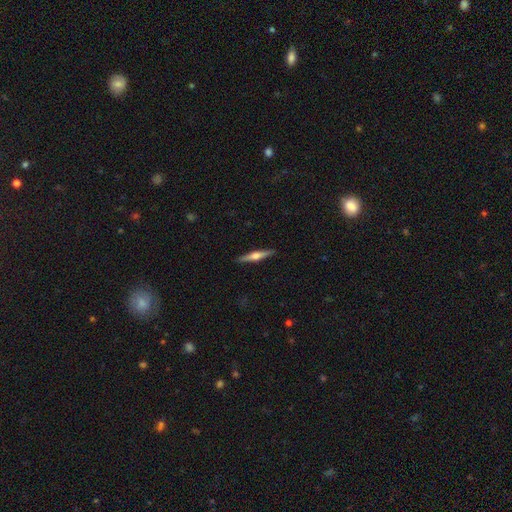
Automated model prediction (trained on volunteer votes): This appears to be a featured or disk galaxy (65%) viewed edge-on (97%) with a rounded central bulge (87%). Merging: none (91%).